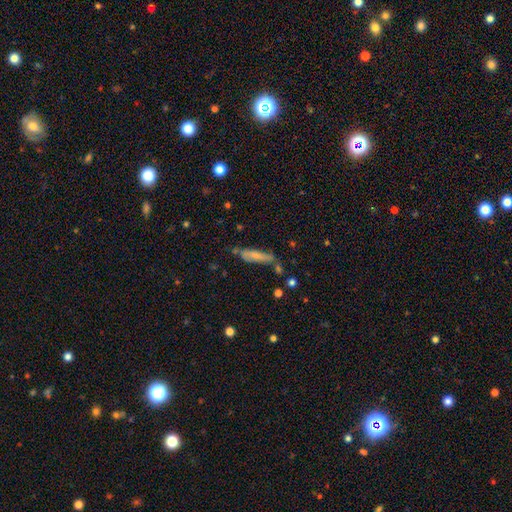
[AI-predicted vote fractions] Smooth or featured? Predicted: smooth (p=0.59). How rounded? Predicted: cigar-shaped (p=0.70). Merging? Predicted: none (p=0.57).